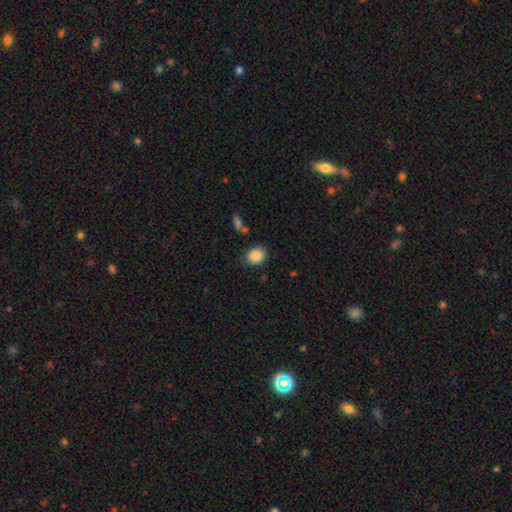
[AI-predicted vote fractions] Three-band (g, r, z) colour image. It shows a smooth galaxy with no disk features (87%) that is round (51%). Merging: none (79%).